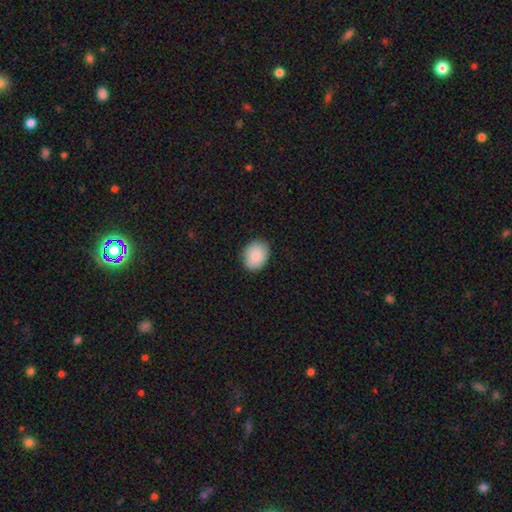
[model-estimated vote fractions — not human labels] Q: Smooth or featured?
A: smooth (87%); runner-up: star or artifact (7%)
Q: How rounded?
A: in between (63%); runner-up: round (37%)
Q: Merging?
A: none (85%); runner-up: minor disturbance (12%)